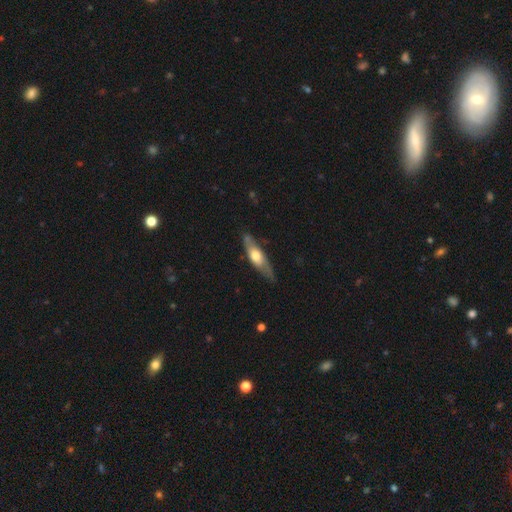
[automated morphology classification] Q: Smooth or featured?
A: featured or disk (53%); runner-up: smooth (42%)
Q: Edge-on disk?
A: yes (68%); runner-up: no (32%)
Q: Merging?
A: none (75%); runner-up: minor disturbance (19%)